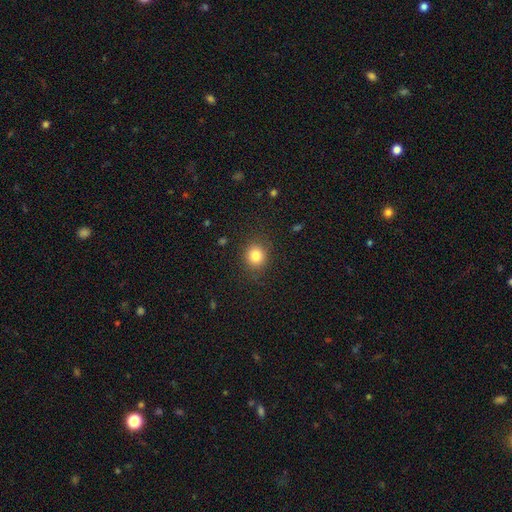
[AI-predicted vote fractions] Q: Smooth or featured?
A: smooth (82%); runner-up: star or artifact (12%)
Q: How rounded?
A: round (84%); runner-up: in between (15%)
Q: Merging?
A: none (87%); runner-up: minor disturbance (9%)